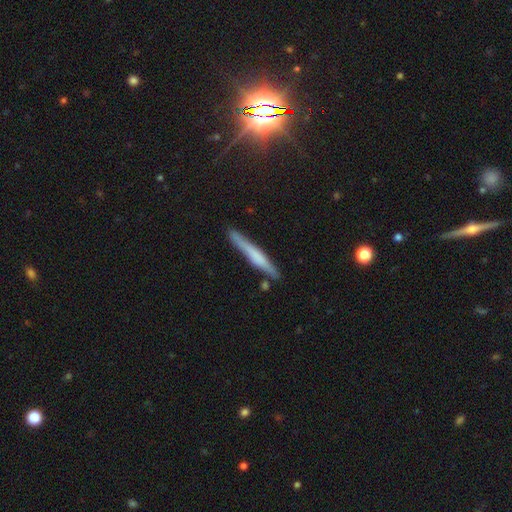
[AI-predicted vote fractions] Overall: smooth (49%; featured or disk 44%). Merging: none (82%).